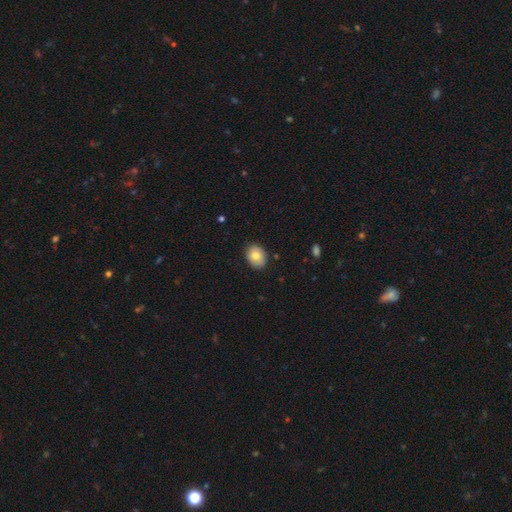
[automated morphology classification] A smooth galaxy with no disk features (78%) that is in between round and cigar-shaped (61%). Merging: none (86%).